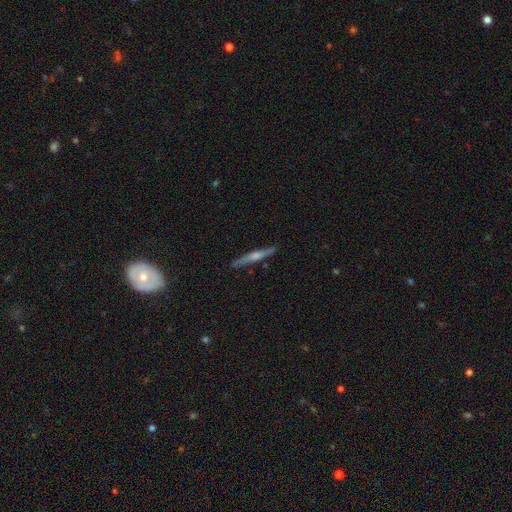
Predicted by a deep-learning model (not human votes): The model was most divided on "smooth or featured": featured or disk: 69%, smooth: 20%, star or artifact: 10%. More confident: edge-on disk — yes (90%); merging — none (86%); edge-on bulge — rounded (75%).